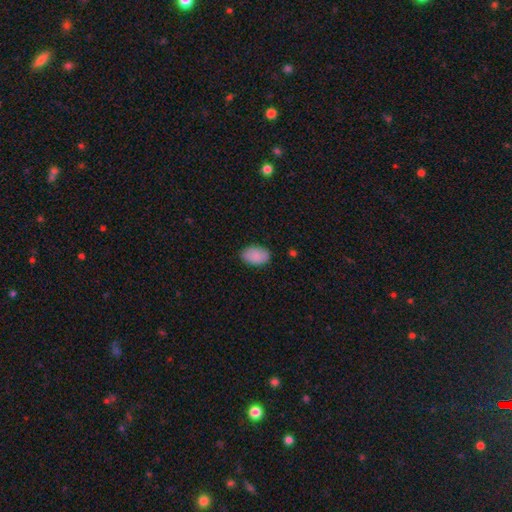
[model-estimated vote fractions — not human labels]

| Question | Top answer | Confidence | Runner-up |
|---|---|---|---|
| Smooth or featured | smooth | 87% | star or artifact (7%) |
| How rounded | in between | 89% | round (10%) |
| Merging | none | 84% | minor disturbance (12%) |